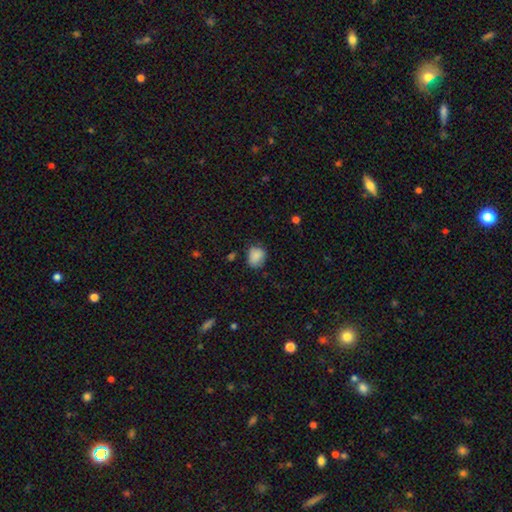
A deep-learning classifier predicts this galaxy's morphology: Overall: smooth (86%). How rounded: round (62%; in between 37%). Merging: none (69%).